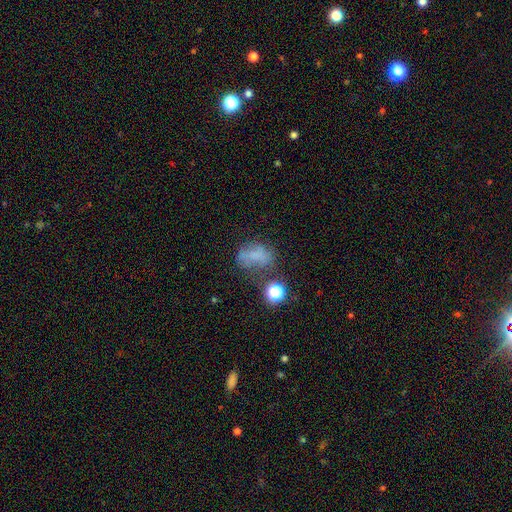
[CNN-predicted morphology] A smooth galaxy with no disk features (54%) that is in between round and cigar-shaped (63%). Merging: none (40%).